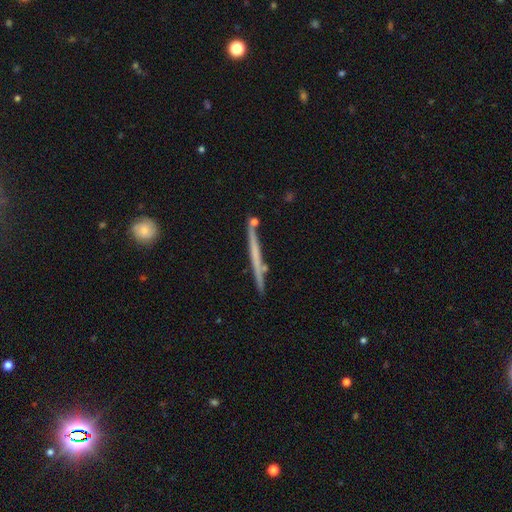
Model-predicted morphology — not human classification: The model was most divided on "smooth or featured": featured or disk: 57%, smooth: 37%, star or artifact: 6%. More confident: edge-on disk — yes (97%); edge-on bulge — none (86%); merging — none (84%).